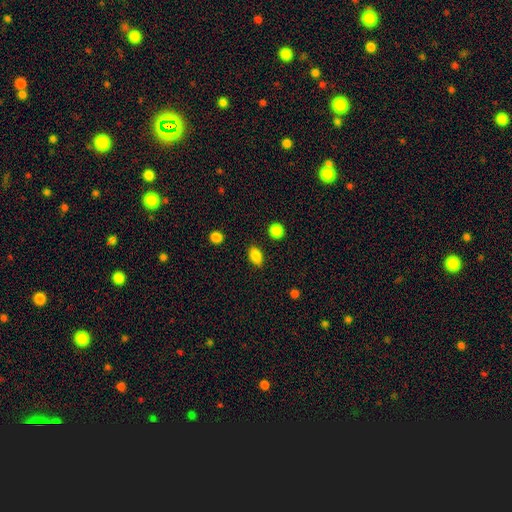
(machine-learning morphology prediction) This appears to be a smooth galaxy with no disk features (86%) that is in between round and cigar-shaped (83%). Merging: none (86%).